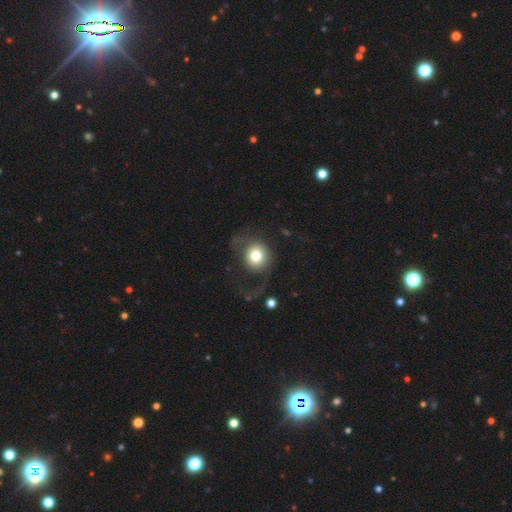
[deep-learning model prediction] Overall: smooth (72%). How rounded: round (79%). Merging: none (45%; major disturbance 36%).